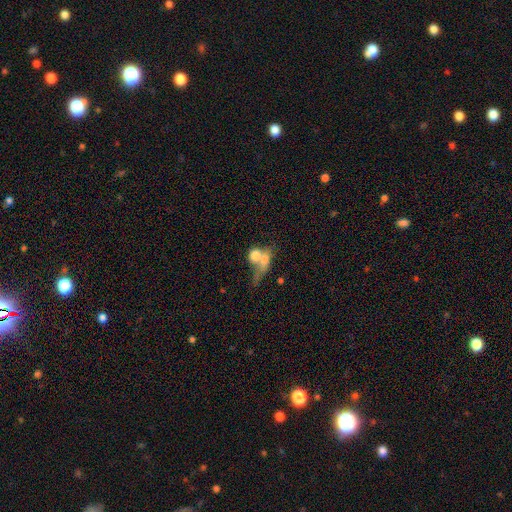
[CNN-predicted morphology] Overall: smooth (65%; featured or disk 26%). How rounded: round (50%; in between 42%). Merging: merger (62%).